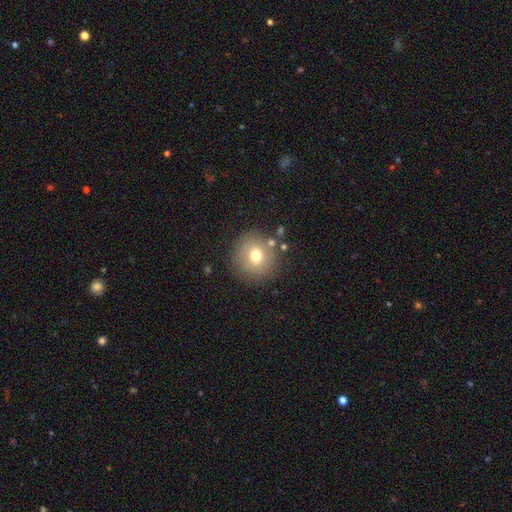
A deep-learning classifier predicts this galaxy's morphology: Smooth or featured: smooth — 70% (featured or disk — 18%)
How rounded: round — 93% (in between — 6%)
Merging: none — 82% (minor disturbance — 10%)